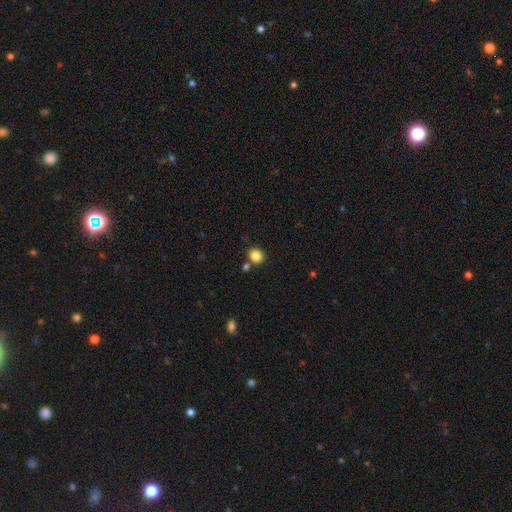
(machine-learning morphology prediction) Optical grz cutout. It shows a smooth galaxy with no disk features (85%) that is round (80%). Merging: none (77%).